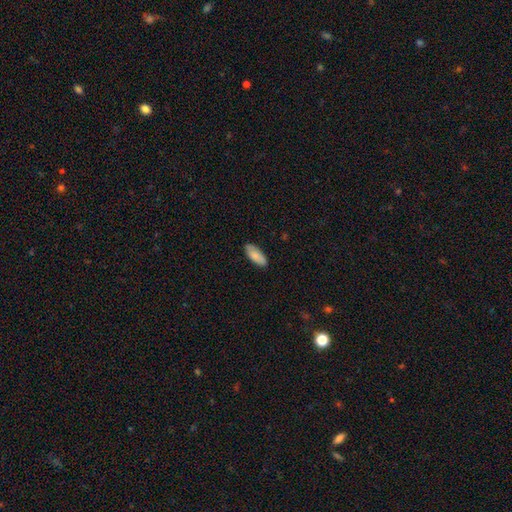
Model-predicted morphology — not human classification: This appears to be a smooth galaxy with no disk features (84%) that is in between round and cigar-shaped (82%). Merging: none (87%).